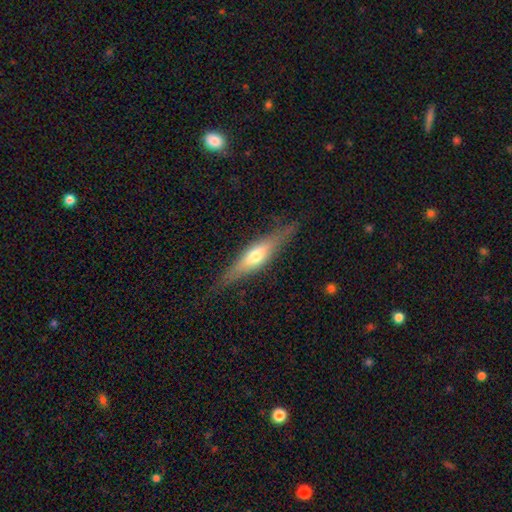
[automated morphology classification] smooth-or-featured: featured or disk: 59% | smooth: 35% | star or artifact: 6%
  disk-edge-on: yes: 91% | no: 9%
    edge-on-bulge: rounded: 85% | boxy: 8% | none: 7%
  merging: none: 82% | minor disturbance: 13% | major disturbance: 4% | merger: 1%